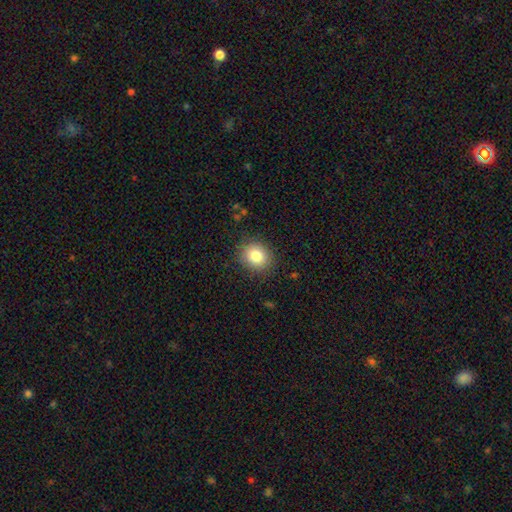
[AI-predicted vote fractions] A smooth galaxy with no disk features (84%) that is round (68%). Merging: none (86%).